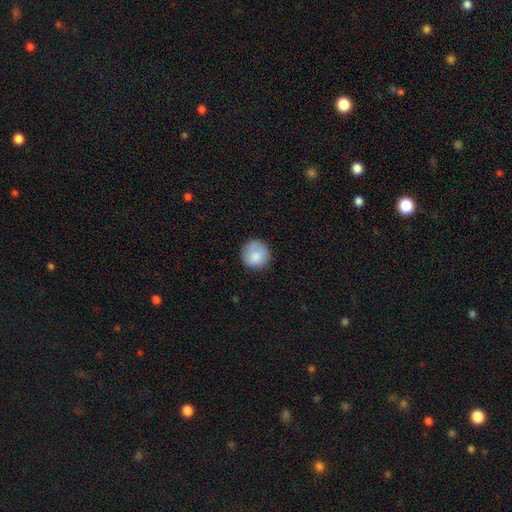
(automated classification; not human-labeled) A smooth galaxy with no disk features (84%) that is round (92%). Merging: none (80%).